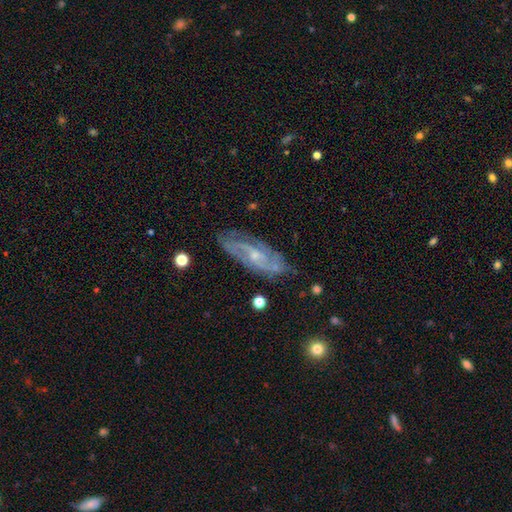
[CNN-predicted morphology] type=featured or disk (82%); edge-on=no (88%); bar=no (50%); spiral arms=yes (93%); winding=medium (46%); arm count=2 (53%); bulge=small (65%); merging=none (74%).